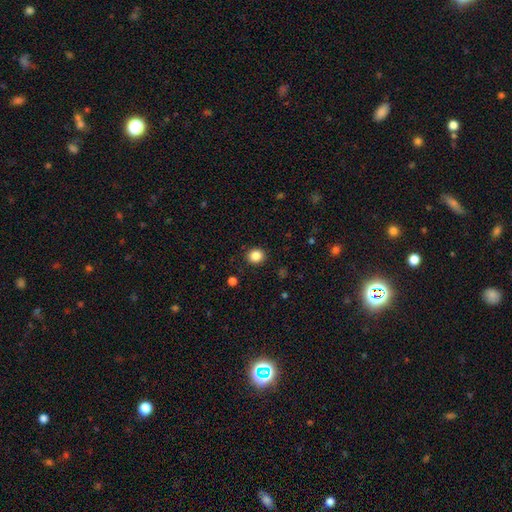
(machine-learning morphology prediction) A smooth galaxy with no disk features (86%) that is round (80%).

Vote fractions:
- Smooth or featured? smooth: 86% / star or artifact: 11% / featured or disk: 4%
- How rounded? round: 80% / in between: 19% / cigar-shaped: 1%
- Merging? none: 90% / minor disturbance: 6% / major disturbance: 2% / merger: 1%